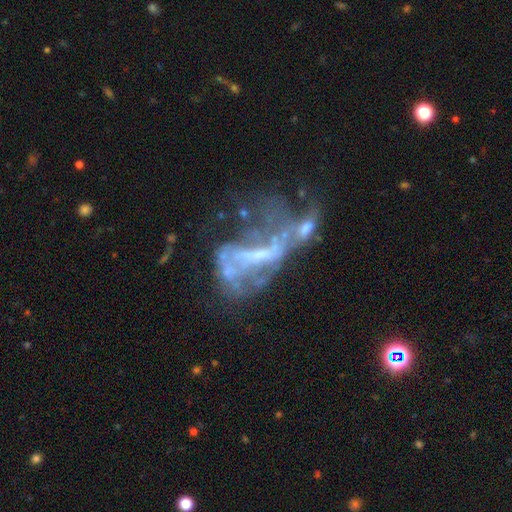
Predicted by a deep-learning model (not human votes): featured or disk 72%, star or artifact 17%, smooth 12%. Down the decision tree: edge-on disk — no (94%); bar — no (43%); spiral arms — no (64%); bulge size — none (54%); merging — major disturbance (38%).